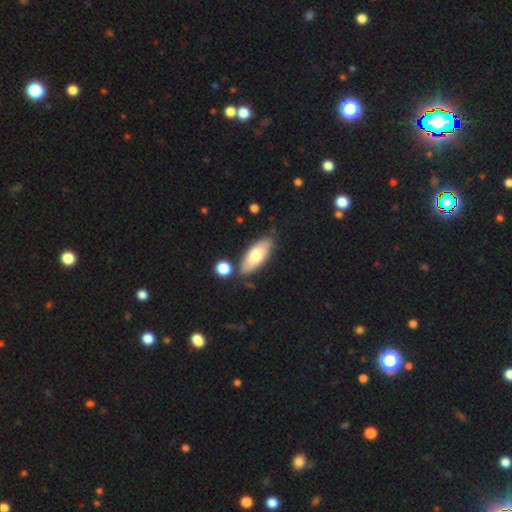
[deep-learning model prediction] Smooth or featured? smooth (71%)
How rounded? in between (77%)
Merging? none (78%)